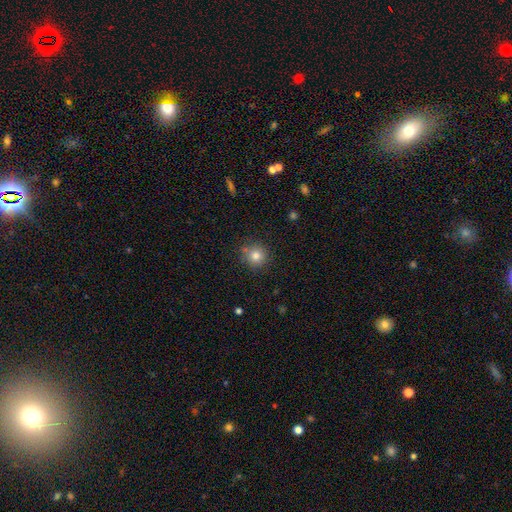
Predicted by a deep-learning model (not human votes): Q: Smooth or featured?
A: smooth (81%); runner-up: star or artifact (12%)
Q: How rounded?
A: round (93%); runner-up: in between (6%)
Q: Merging?
A: none (81%); runner-up: minor disturbance (11%)